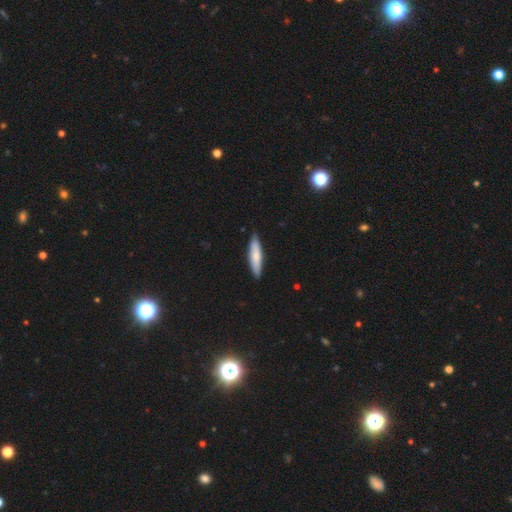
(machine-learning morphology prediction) smooth-or-featured: smooth: 75% | featured or disk: 20% | star or artifact: 5%
  how-rounded: cigar-shaped: 77% | in between: 21% | round: 1%
  merging: none: 85% | minor disturbance: 12% | major disturbance: 2% | merger: 1%